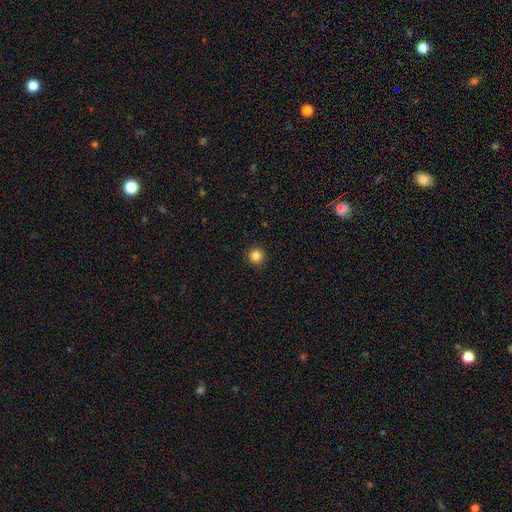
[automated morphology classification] This appears to be a smooth galaxy with no disk features (84%) that is round (96%). Merging: none (92%).